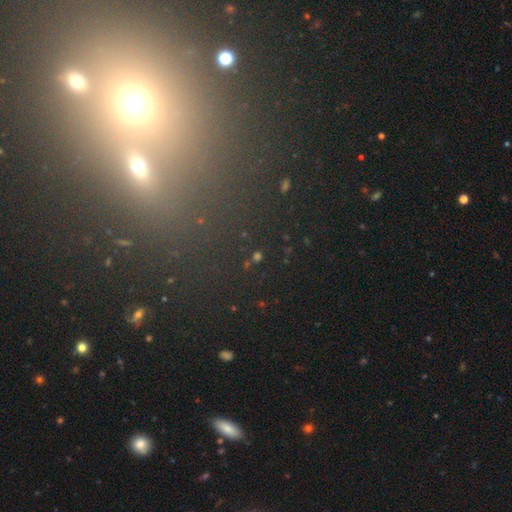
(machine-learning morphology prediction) Smooth or featured? star or artifact (60%)